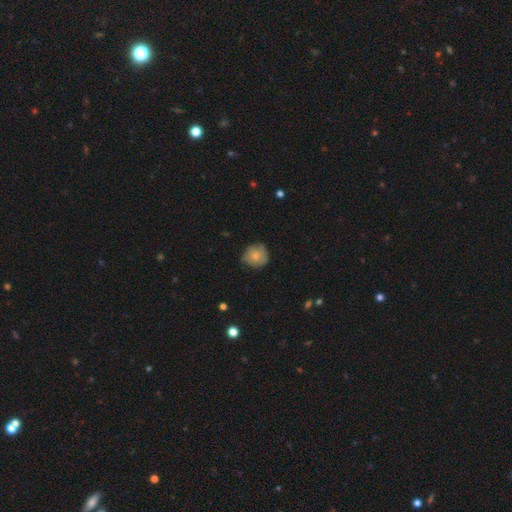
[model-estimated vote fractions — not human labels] This appears to be a smooth galaxy with no disk features (72%) that is round (88%). Merging: none (67%).